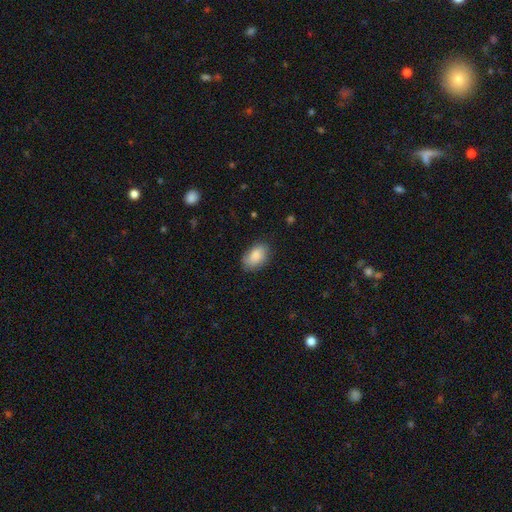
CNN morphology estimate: Overall: smooth (87%). How rounded: in between (90%). Merging: none (80%).